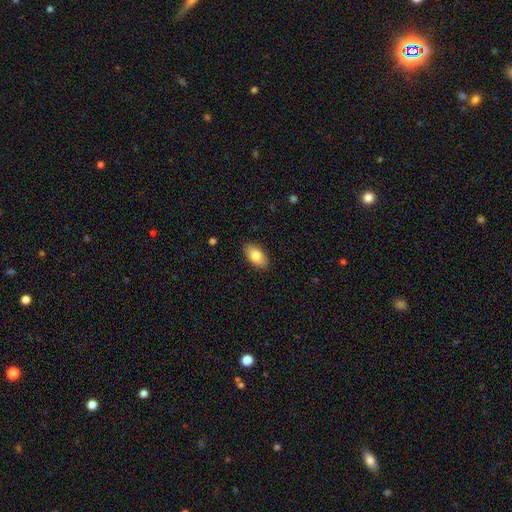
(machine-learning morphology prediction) smooth-or-featured: smooth: 81% | featured or disk: 12% | star or artifact: 7%
  how-rounded: in between: 92% | round: 4% | cigar-shaped: 3%
  merging: none: 88% | minor disturbance: 9% | major disturbance: 2% | merger: 1%